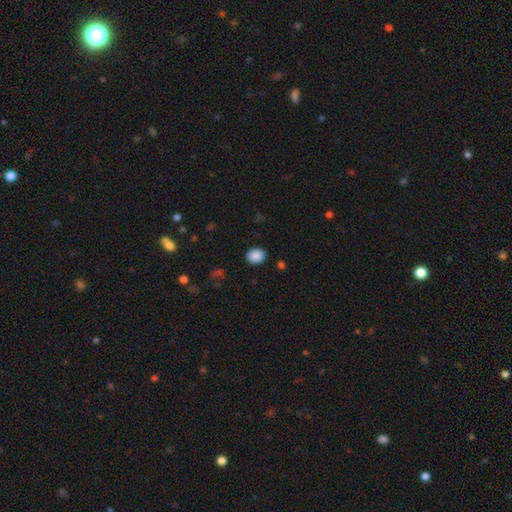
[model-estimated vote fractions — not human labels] Overall: smooth (88%). How rounded: round (52%; in between 47%). Merging: none (89%).